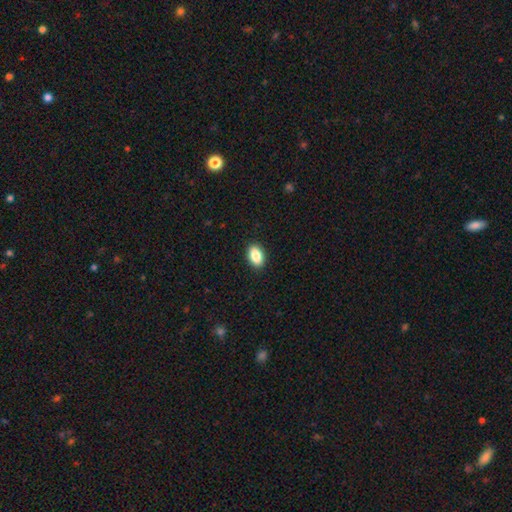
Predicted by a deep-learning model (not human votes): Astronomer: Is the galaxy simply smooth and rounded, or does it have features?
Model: smooth — 87%.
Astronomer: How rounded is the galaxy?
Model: in between — 90%.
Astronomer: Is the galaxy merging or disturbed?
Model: none — 91%.